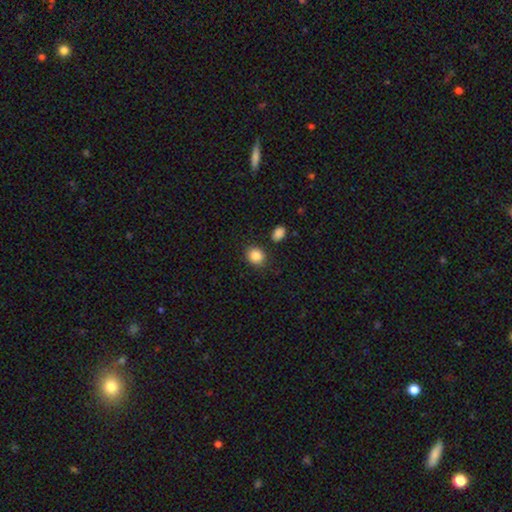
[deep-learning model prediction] A smooth galaxy with no disk features (87%) that is round (75%). Merging: none (84%).